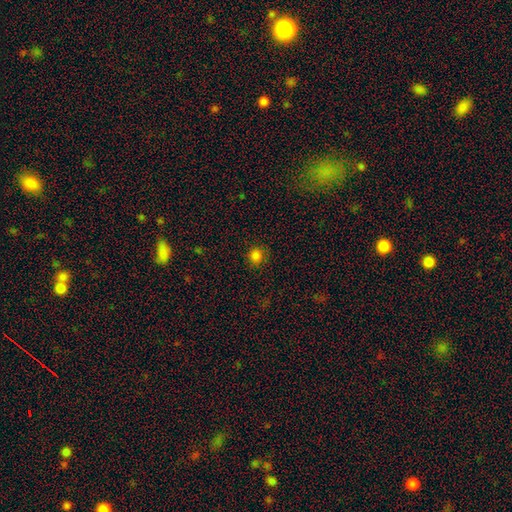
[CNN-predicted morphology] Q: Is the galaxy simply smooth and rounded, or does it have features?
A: smooth — 81%.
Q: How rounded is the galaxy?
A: round — 88%.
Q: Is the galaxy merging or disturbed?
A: none — 87%.